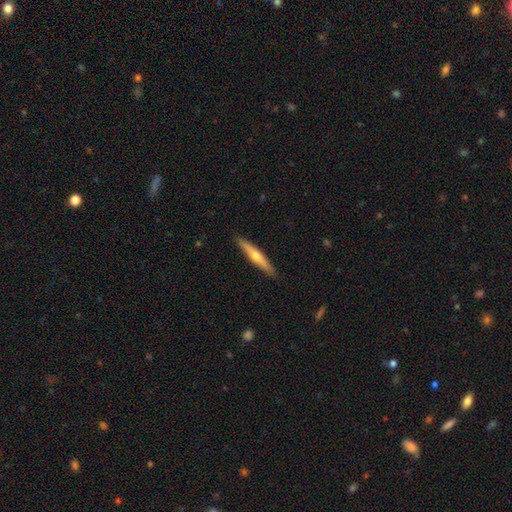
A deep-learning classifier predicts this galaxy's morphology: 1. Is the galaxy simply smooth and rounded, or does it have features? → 57% featured or disk, 38% smooth, 5% star or artifact.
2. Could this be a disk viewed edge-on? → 95% yes, 5% no.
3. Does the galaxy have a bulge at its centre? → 89% rounded, 8% none, 3% boxy.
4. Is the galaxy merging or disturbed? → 91% none, 7% minor disturbance, 1% major disturbance, 1% merger.